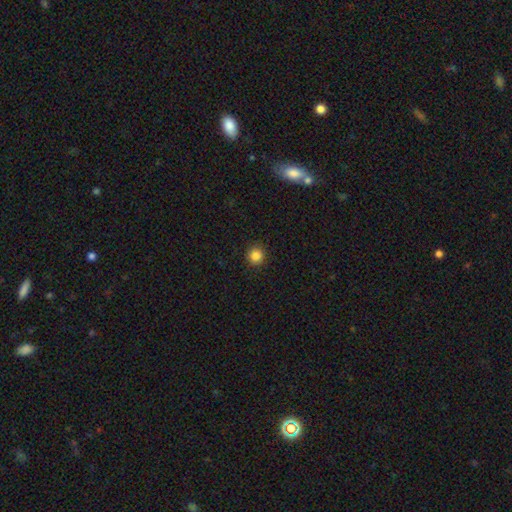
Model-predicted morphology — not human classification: Smooth or featured?
  - smooth: 85% *
  - star or artifact: 11%
  - featured or disk: 4%
How rounded?
  - round: 93% *
  - in between: 6%
  - cigar-shaped: 1%
Merging?
  - none: 92% *
  - minor disturbance: 6%
  - major disturbance: 2%
  - merger: 1%